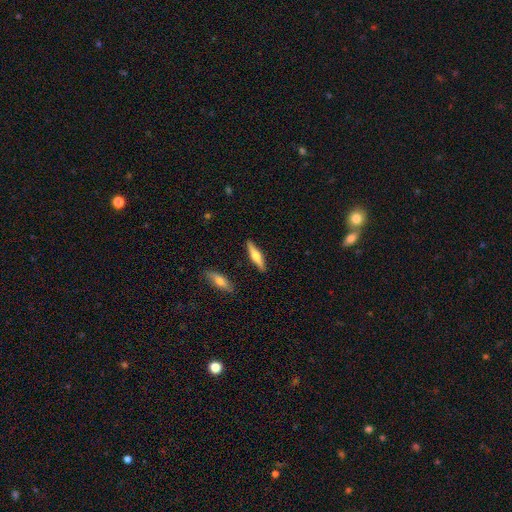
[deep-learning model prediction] A featured or disk galaxy (53%) viewed edge-on (95%). Merging: none (89%).